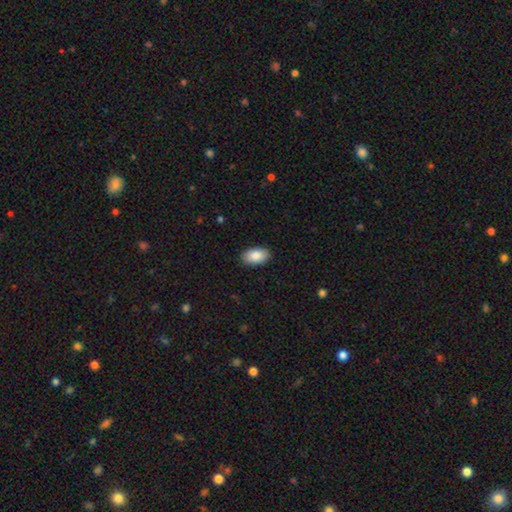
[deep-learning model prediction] A smooth galaxy with no disk features (89%) that is in between round and cigar-shaped (95%). Merging: none (90%).